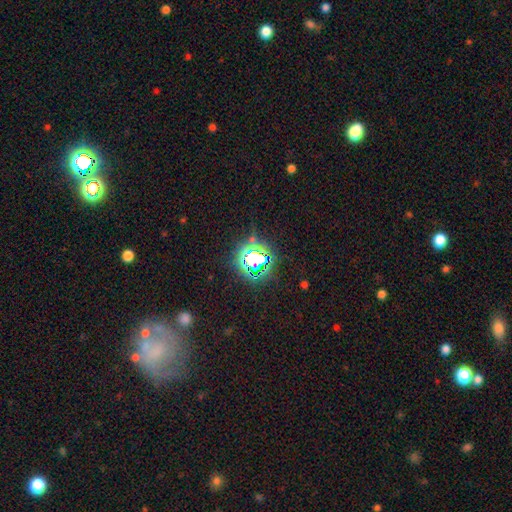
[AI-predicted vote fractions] A star or artifact, not a galaxy (67%).